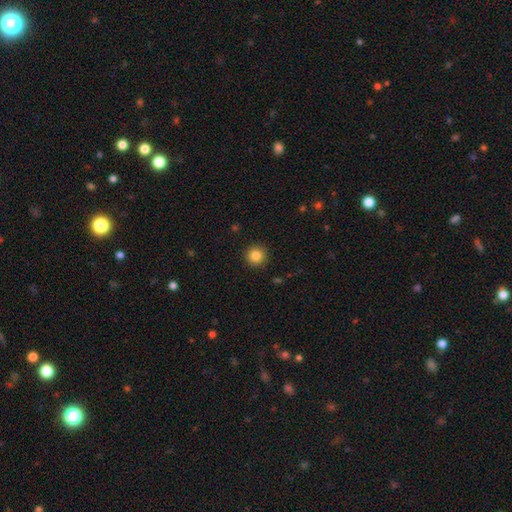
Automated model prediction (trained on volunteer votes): A smooth galaxy with no disk features (85%) that is round (95%). Merging: none (92%).